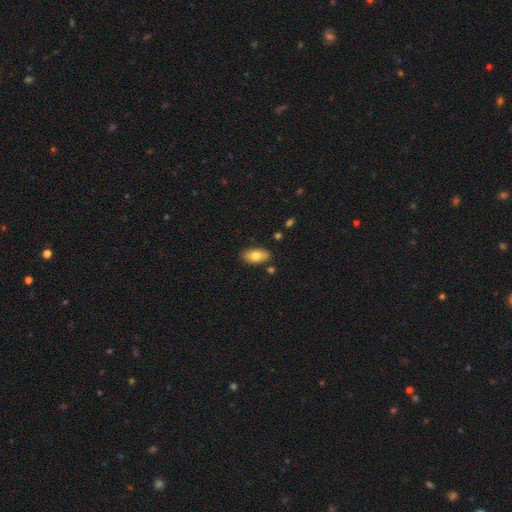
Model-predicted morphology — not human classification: smooth 78%, featured or disk 15%, star or artifact 7%. Down the decision tree: how rounded — in between (92%); merging — none (83%).